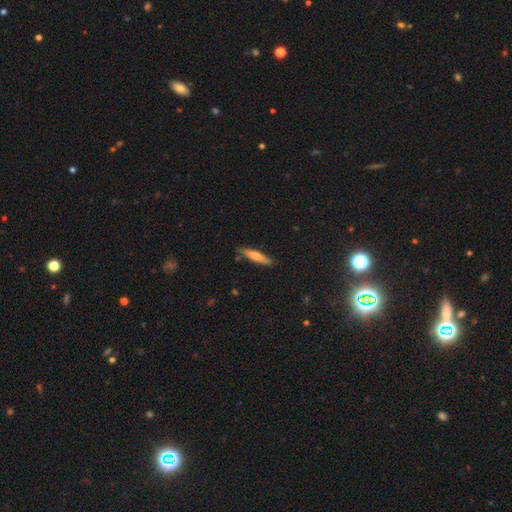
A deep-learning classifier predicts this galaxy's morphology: smooth 58%, featured or disk 35%, star or artifact 7%. Down the decision tree: how rounded — cigar-shaped (83%); merging — none (84%).